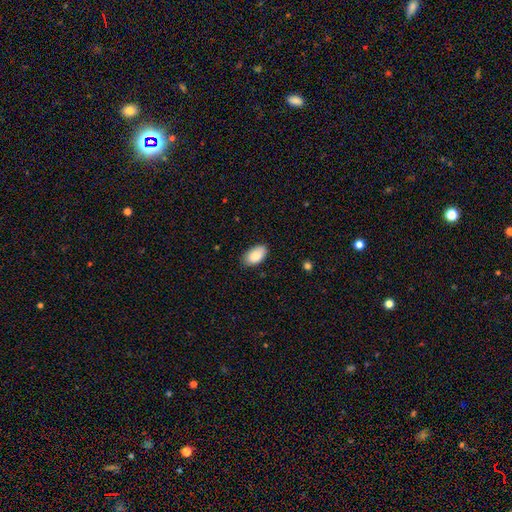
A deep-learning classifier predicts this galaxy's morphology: A smooth galaxy with no disk features (88%) that is in between round and cigar-shaped (95%). Merging: none (81%).